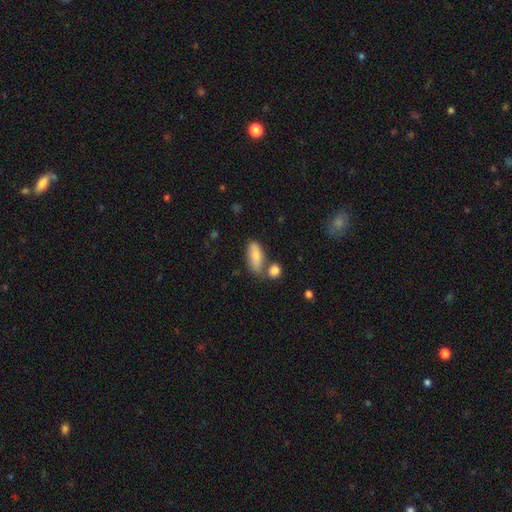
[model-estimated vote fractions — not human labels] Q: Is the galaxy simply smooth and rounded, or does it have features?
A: smooth — 82%.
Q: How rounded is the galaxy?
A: in between — 81%.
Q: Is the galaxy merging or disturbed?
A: none — 59%.